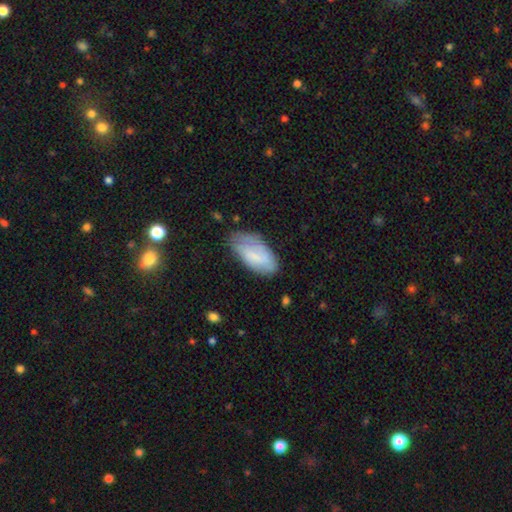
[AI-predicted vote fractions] Q: Smooth or featured?
A: smooth (69%); runner-up: featured or disk (24%)
Q: How rounded?
A: in between (93%); runner-up: cigar-shaped (5%)
Q: Merging?
A: none (57%); runner-up: minor disturbance (31%)